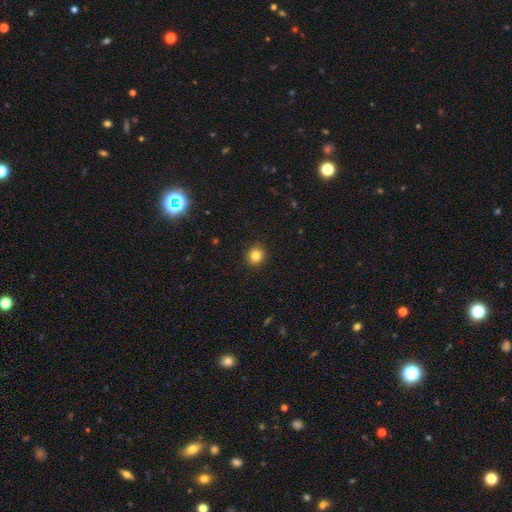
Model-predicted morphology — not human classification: Smooth or featured? smooth (83%)
How rounded? round (85%)
Merging? none (90%)